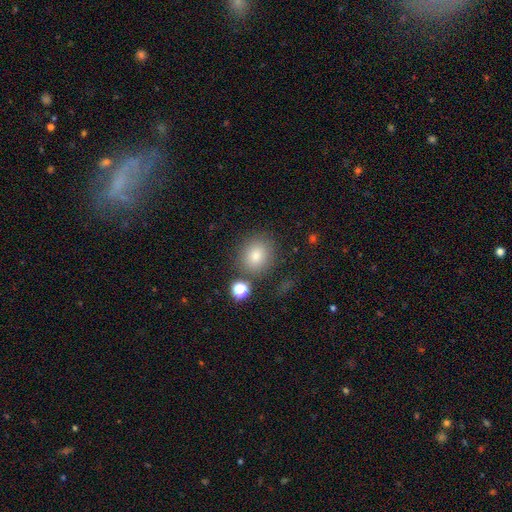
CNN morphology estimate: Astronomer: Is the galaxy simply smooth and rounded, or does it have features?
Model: smooth — 79%.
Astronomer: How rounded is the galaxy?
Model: round — 75%.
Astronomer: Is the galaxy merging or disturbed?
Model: none — 79%.